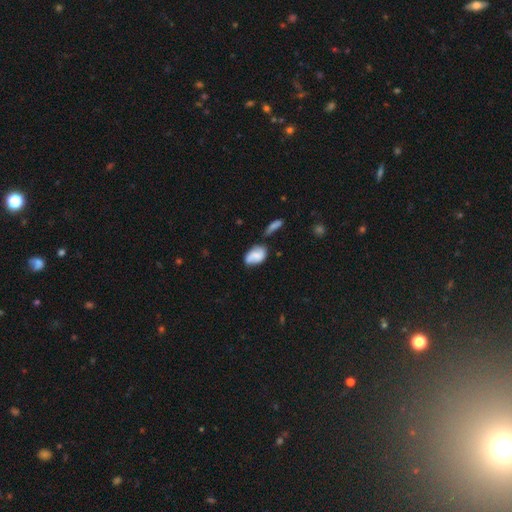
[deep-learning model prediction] smooth_or_featured: smooth (p=0.61) [alt: featured or disk p=0.31]
how_rounded: in between (p=0.87) [alt: round p=0.11]
merging: none (p=0.49) [alt: minor disturbance p=0.29]